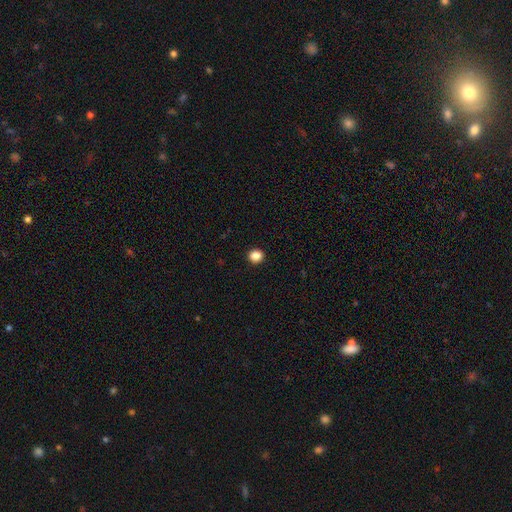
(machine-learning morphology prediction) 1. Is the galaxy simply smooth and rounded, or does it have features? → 87% smooth, 10% star or artifact, 3% featured or disk.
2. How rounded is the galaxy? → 83% round, 16% in between, 1% cigar-shaped.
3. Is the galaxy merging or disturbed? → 92% none, 5% minor disturbance, 2% major disturbance, 1% merger.